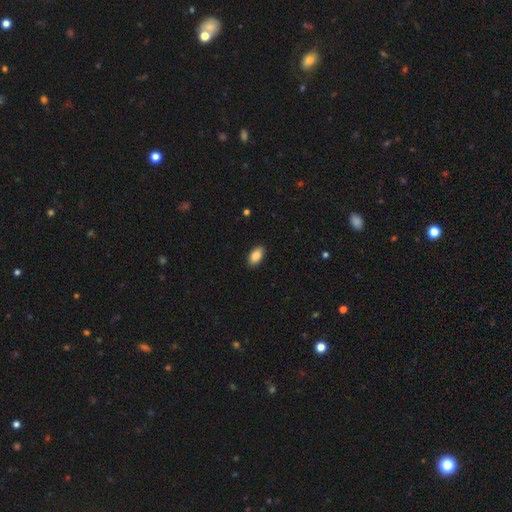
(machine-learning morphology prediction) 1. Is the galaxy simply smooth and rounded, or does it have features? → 87% smooth, 7% star or artifact, 6% featured or disk.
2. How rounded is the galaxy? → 94% in between, 3% cigar-shaped, 3% round.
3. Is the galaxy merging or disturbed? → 89% none, 8% minor disturbance, 2% major disturbance, 1% merger.